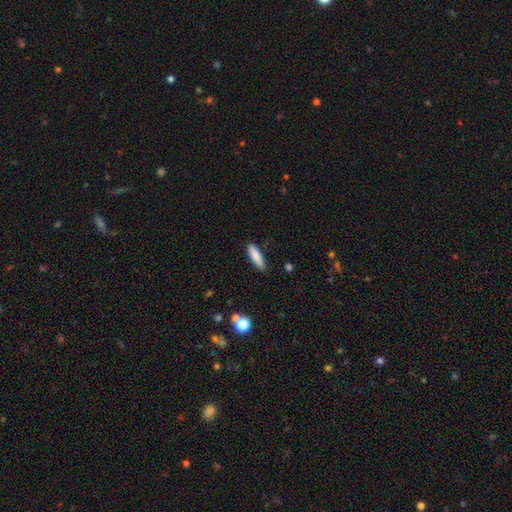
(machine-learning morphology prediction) smooth-or-featured: smooth: 84% | featured or disk: 10% | star or artifact: 7%
  how-rounded: cigar-shaped: 67% | in between: 32% | round: 2%
  merging: none: 87% | minor disturbance: 9% | major disturbance: 2% | merger: 1%